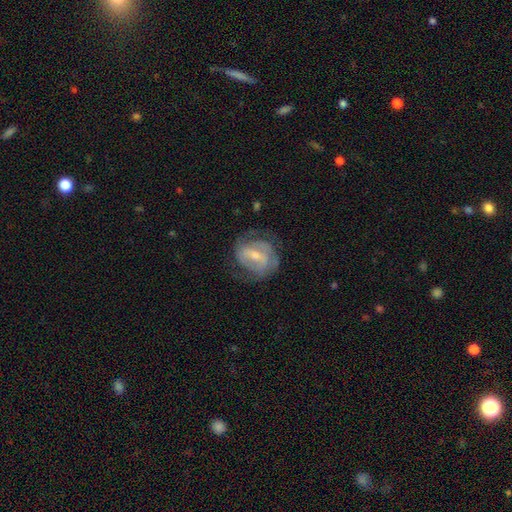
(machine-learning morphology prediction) Smooth or featured? Predicted: featured or disk (p=0.77). Edge-on disk? Predicted: no (p=0.97). Bar? Predicted: weak (p=0.48). Spiral arms? Predicted: yes (p=0.86). Spiral winding? Predicted: tight (p=0.42, tied with medium). Spiral arm count? Predicted: 2 (p=0.56). Bulge size? Predicted: small (p=0.52). Merging? Predicted: none (p=0.63).